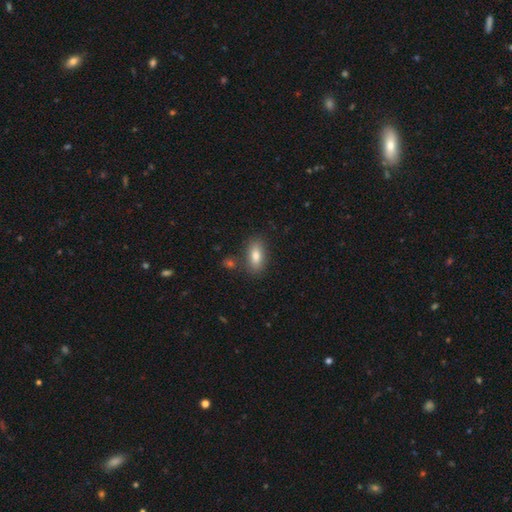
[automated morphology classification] Smooth or featured: smooth — 81% (featured or disk — 11%)
How rounded: in between — 83% (cigar-shaped — 13%)
Merging: none — 82% (minor disturbance — 11%)